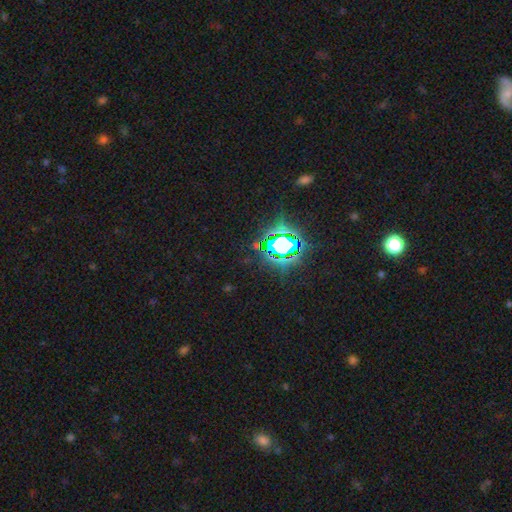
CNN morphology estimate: This appears to be a star or artifact, not a galaxy (82%).